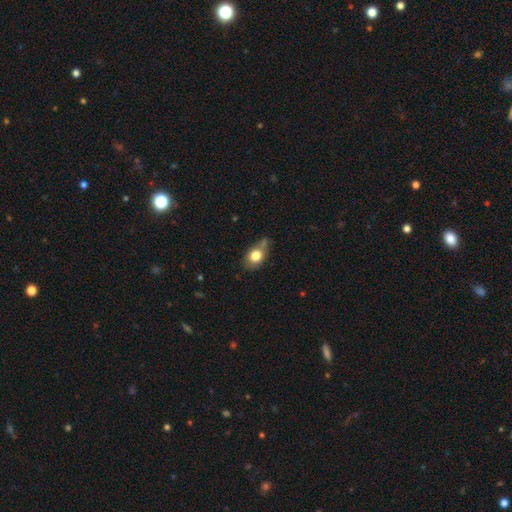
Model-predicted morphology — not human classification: Smooth or featured?
  - smooth: 78% *
  - featured or disk: 13%
  - star or artifact: 9%
How rounded?
  - in between: 68% *
  - round: 30%
  - cigar-shaped: 2%
Merging?
  - none: 48% *
  - minor disturbance: 33%
  - merger: 11%
  - major disturbance: 9%